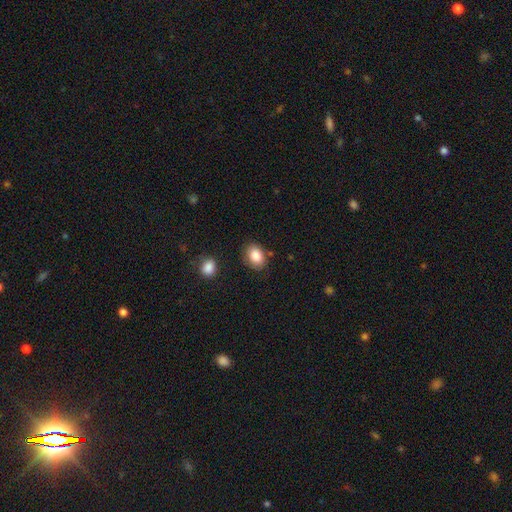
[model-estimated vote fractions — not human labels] Smooth or featured? Predicted: smooth (p=0.87). How rounded? Predicted: in between (p=0.72). Merging? Predicted: none (p=0.77).